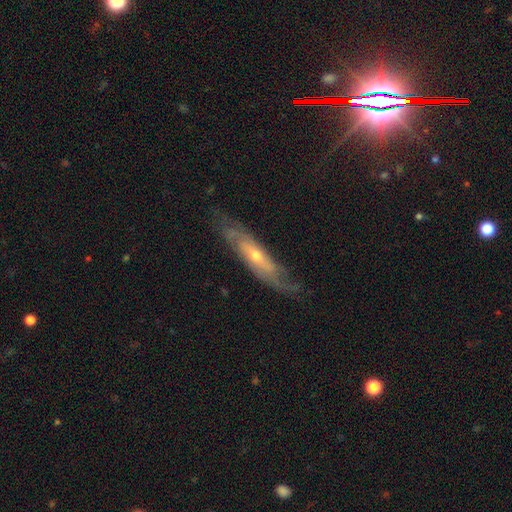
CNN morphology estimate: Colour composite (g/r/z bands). It shows a featured or disk galaxy (75%). Merging: none (69%).